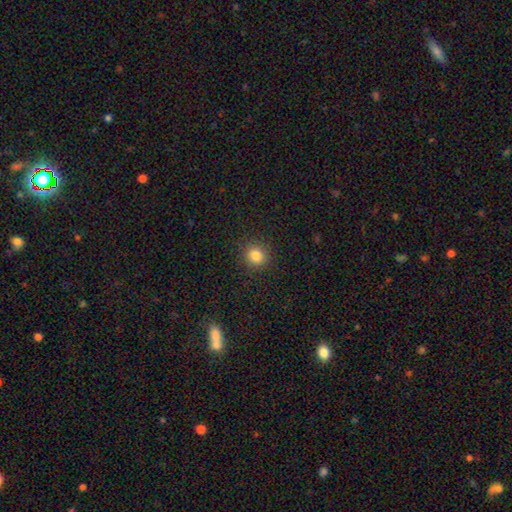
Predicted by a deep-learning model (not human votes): Smooth or featured?
  - smooth: 83% *
  - star or artifact: 12%
  - featured or disk: 5%
How rounded?
  - round: 86% *
  - in between: 13%
  - cigar-shaped: 1%
Merging?
  - none: 90% *
  - minor disturbance: 6%
  - major disturbance: 2%
  - merger: 1%